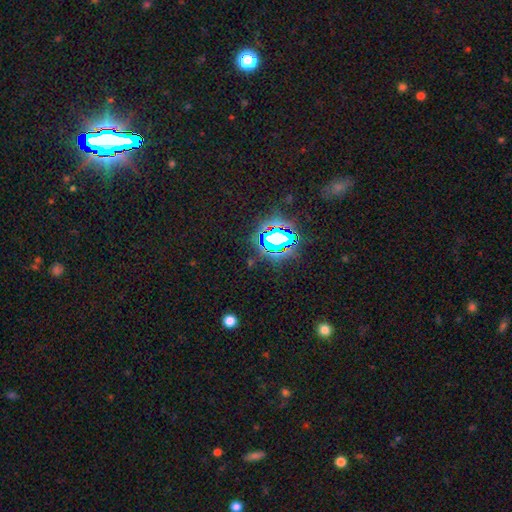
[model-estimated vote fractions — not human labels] Smooth or featured: star or artifact — 79% (smooth — 14%)